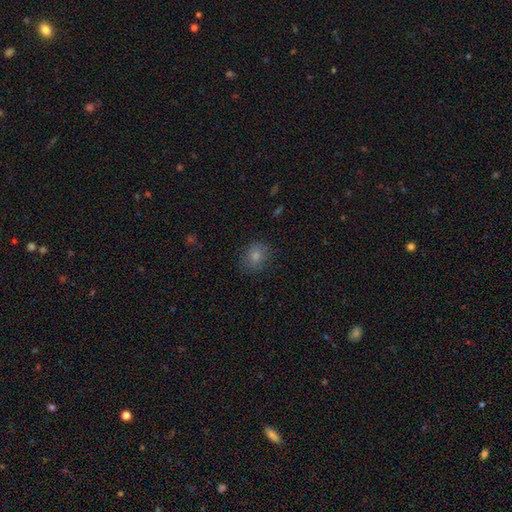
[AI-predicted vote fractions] Q: Smooth or featured?
A: smooth (81%); runner-up: star or artifact (11%)
Q: How rounded?
A: round (63%); runner-up: in between (36%)
Q: Merging?
A: none (78%); runner-up: minor disturbance (16%)